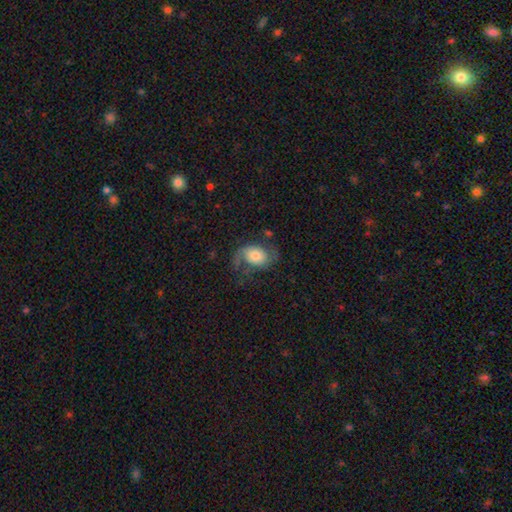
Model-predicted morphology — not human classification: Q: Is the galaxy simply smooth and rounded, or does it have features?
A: featured or disk — 57%.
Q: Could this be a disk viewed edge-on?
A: no — 97%.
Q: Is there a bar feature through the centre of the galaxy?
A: no — 72%.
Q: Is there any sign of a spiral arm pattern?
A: yes — 86%.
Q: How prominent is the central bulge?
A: moderate — 38%.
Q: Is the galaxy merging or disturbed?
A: none — 54%.